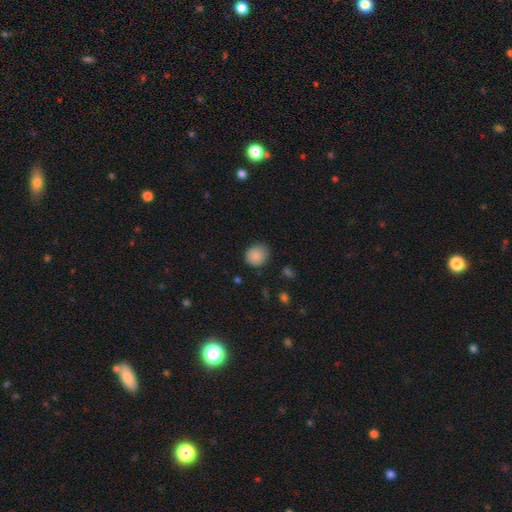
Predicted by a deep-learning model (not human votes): Smooth or featured?
  - smooth: 87% *
  - star or artifact: 9%
  - featured or disk: 4%
How rounded?
  - round: 80% *
  - in between: 19%
  - cigar-shaped: 1%
Merging?
  - none: 79% *
  - minor disturbance: 16%
  - major disturbance: 3%
  - merger: 1%